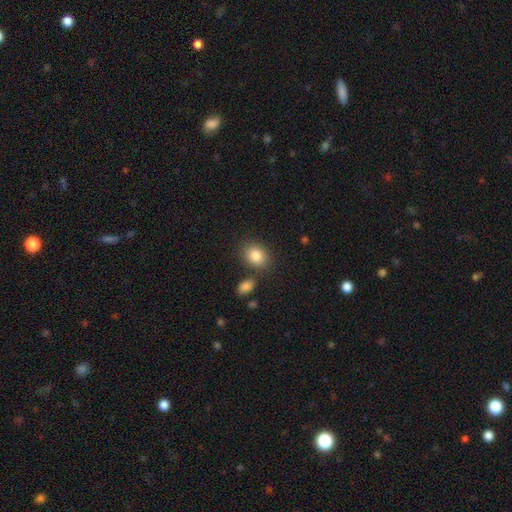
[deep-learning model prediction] Smooth or featured? smooth (85%)
How rounded? in between (54%)
Merging? none (77%)